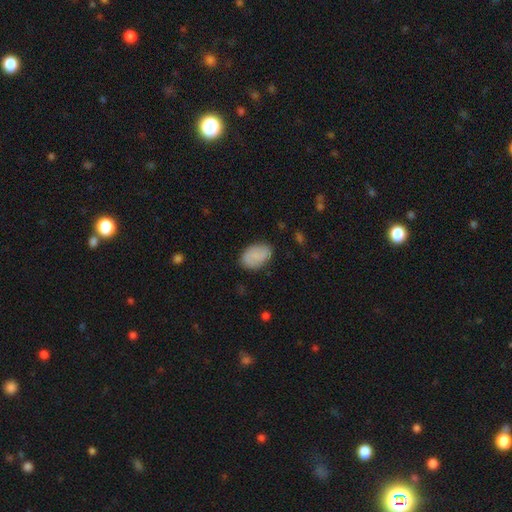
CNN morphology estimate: The model was most divided on "smooth or featured": smooth: 76%, featured or disk: 17%, star or artifact: 7%. More confident: how rounded — in between (90%); merging — none (80%).